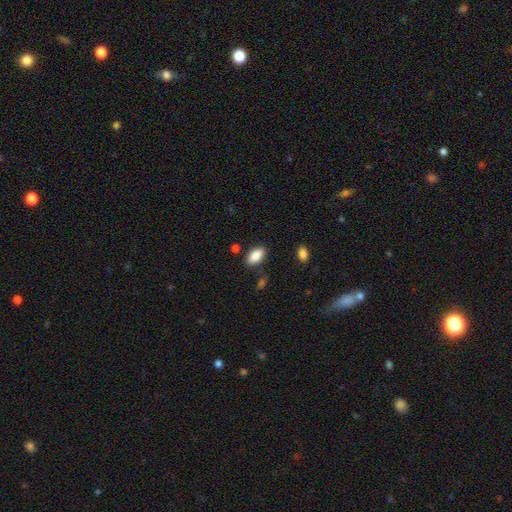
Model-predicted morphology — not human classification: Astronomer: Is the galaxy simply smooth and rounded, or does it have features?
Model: smooth — 88%.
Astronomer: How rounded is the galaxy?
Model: in between — 93%.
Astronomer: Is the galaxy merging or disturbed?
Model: none — 82%.